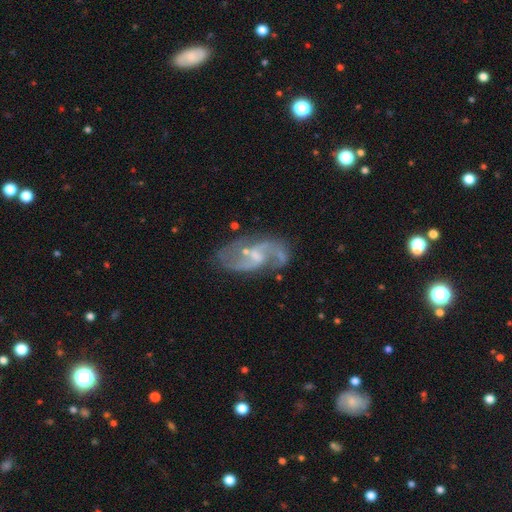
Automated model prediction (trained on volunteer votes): featured or disk 85%, smooth 8%, star or artifact 8%. Down the decision tree: edge-on disk — no (96%); bar — weak (55%); spiral arms — yes (94%); spiral arm count — 2 (79%); spiral winding — medium (44%); bulge size — small (56%); merging — none (70%).